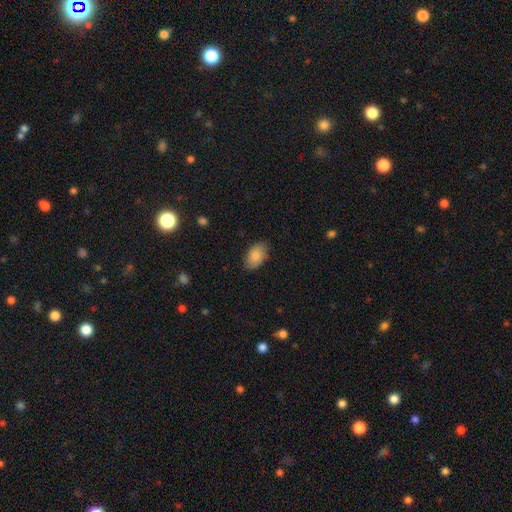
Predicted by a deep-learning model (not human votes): The model was most divided on "merging": none: 83%, minor disturbance: 13%, major disturbance: 3%, merger: 1%. More confident: how rounded — in between (92%); smooth or featured — smooth (86%).